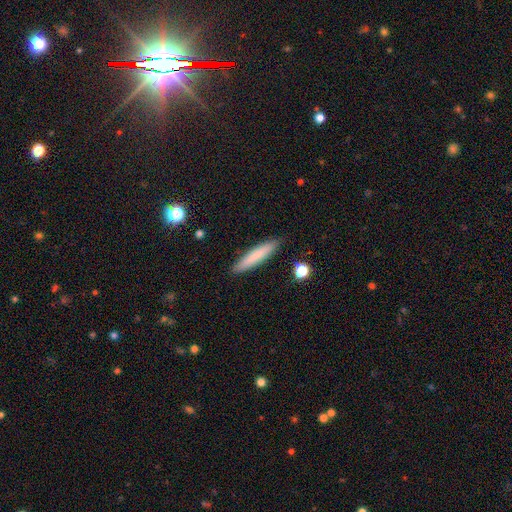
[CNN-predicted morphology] Overall: smooth (78%). How rounded: cigar-shaped (90%). Merging: none (90%).